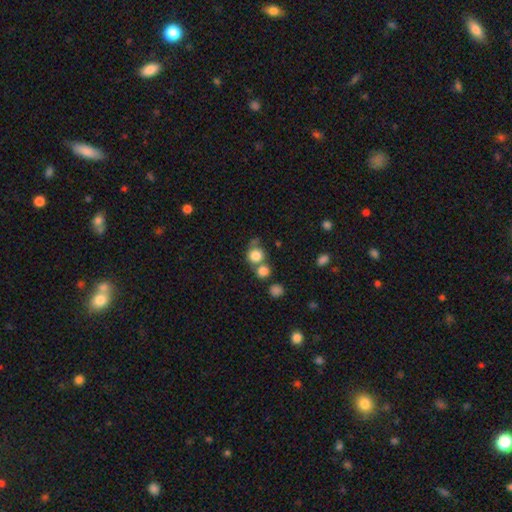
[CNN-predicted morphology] This is likely a smooth galaxy (80%). How rounded: clearly round (83%). Merging: marginally none (42%).